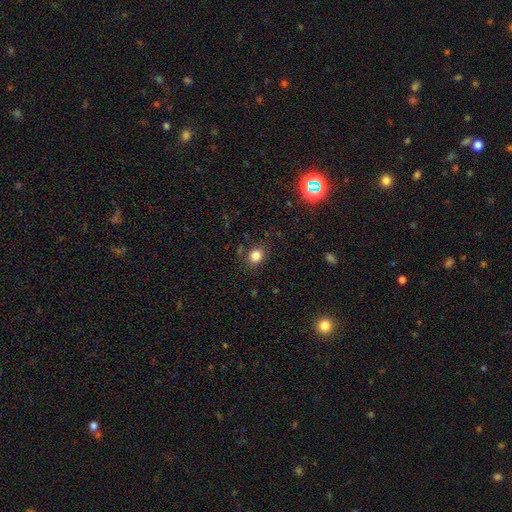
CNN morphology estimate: smooth 81%, star or artifact 13%, featured or disk 6%. Down the decision tree: how rounded — round (58%); merging — none (82%).